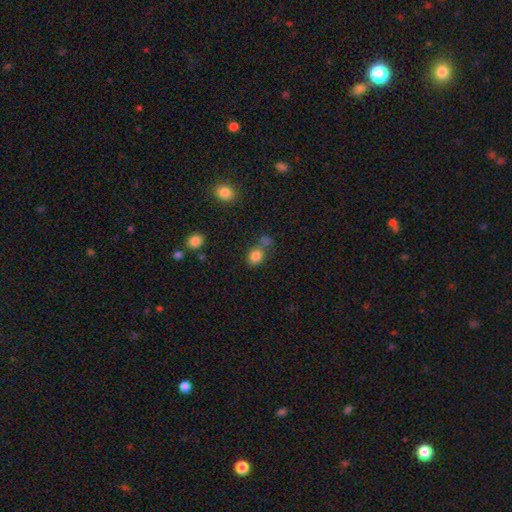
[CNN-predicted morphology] smooth-or-featured: smooth: 82% | star or artifact: 11% | featured or disk: 6%
  how-rounded: round: 63% | in between: 36% | cigar-shaped: 1%
  merging: none: 59% | merger: 23% | minor disturbance: 13% | major disturbance: 5%